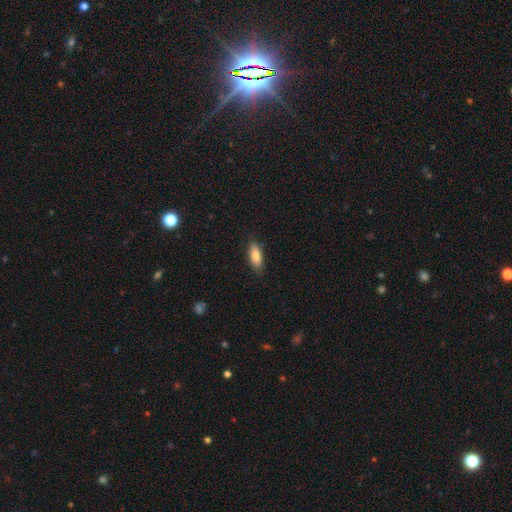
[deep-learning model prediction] smooth 81%, featured or disk 13%, star or artifact 6%. Down the decision tree: how rounded — in between (75%); merging — none (85%).